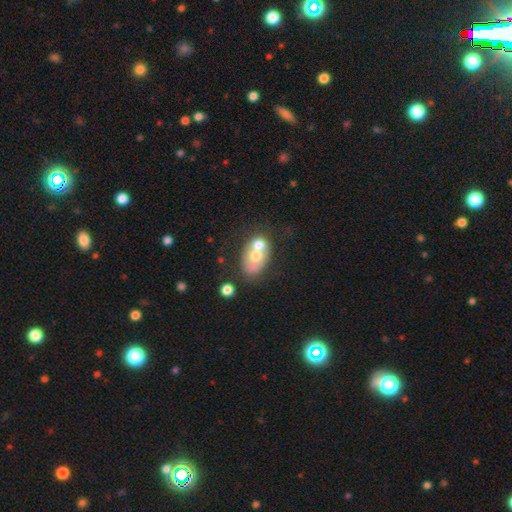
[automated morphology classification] smooth_or_featured: smooth (p=0.56) [alt: featured or disk p=0.35]
how_rounded: in between (p=0.70) [alt: round p=0.28]
merging: merger (p=0.58) [alt: none p=0.25]